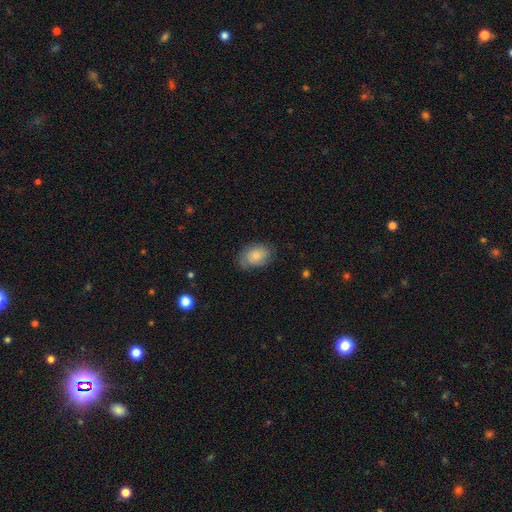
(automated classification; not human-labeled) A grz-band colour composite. It shows a smooth galaxy with no disk features (75%) that is in between round and cigar-shaped (79%). Merging: none (65%).